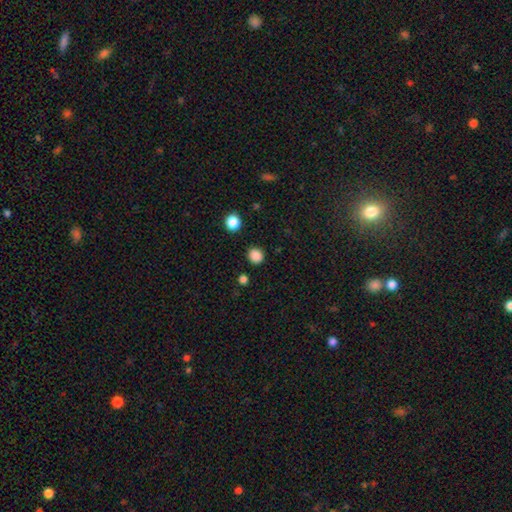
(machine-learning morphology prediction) Smooth or featured? Predicted: smooth (p=0.86). How rounded? Predicted: round (p=0.86). Merging? Predicted: none (p=0.89).